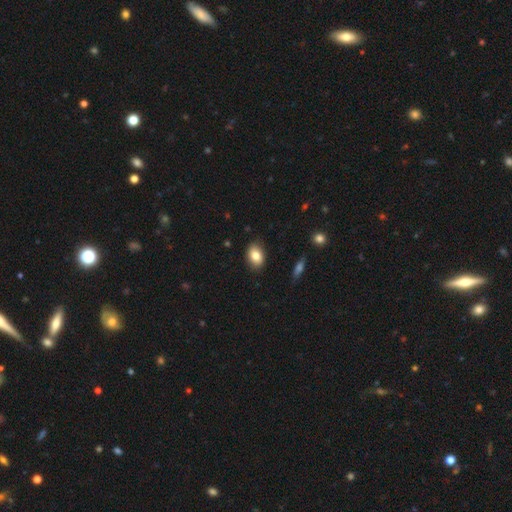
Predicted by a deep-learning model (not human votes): smooth_or_featured: smooth (p=0.82) [alt: featured or disk p=0.10]
how_rounded: in between (p=0.85) [alt: round p=0.14]
merging: none (p=0.84) [alt: minor disturbance p=0.12]